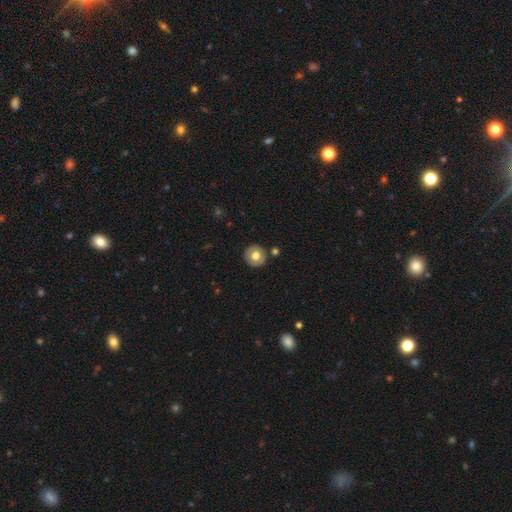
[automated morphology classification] A smooth galaxy with no disk features (65%) that is round (92%).

Vote fractions:
- Smooth or featured? smooth: 65% / featured or disk: 27% / star or artifact: 8%
- How rounded? round: 92% / in between: 7% / cigar-shaped: 1%
- Merging? none: 86% / minor disturbance: 8% / merger: 4% / major disturbance: 2%